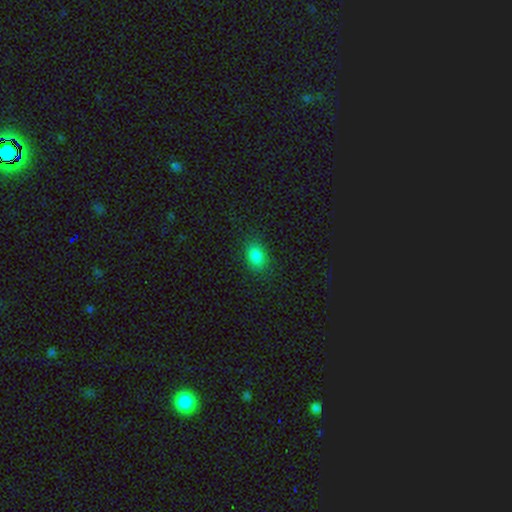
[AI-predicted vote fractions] Smooth or featured: smooth — 85% (star or artifact — 11%)
How rounded: in between — 83% (round — 15%)
Merging: none — 85% (minor disturbance — 11%)